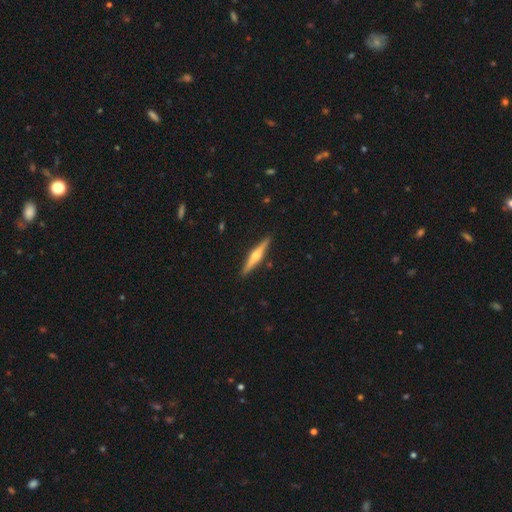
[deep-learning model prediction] The model was most divided on "smooth or featured": featured or disk: 71%, smooth: 24%, star or artifact: 5%. More confident: edge-on disk — yes (98%); edge-on bulge — rounded (92%); merging — none (91%).